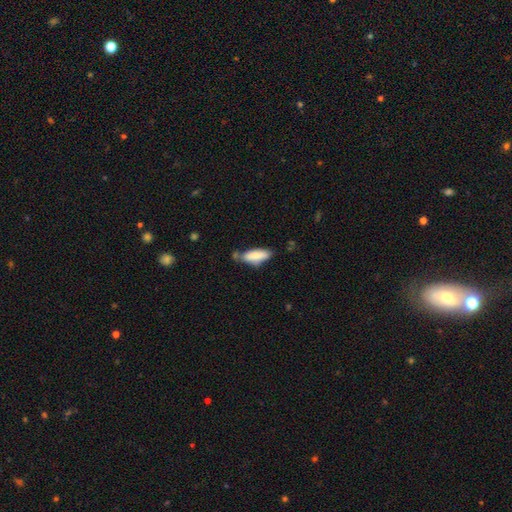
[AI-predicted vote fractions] Smooth or featured? Predicted: smooth (p=0.83). How rounded? Predicted: in between (p=0.66). Merging? Predicted: none (p=0.57).